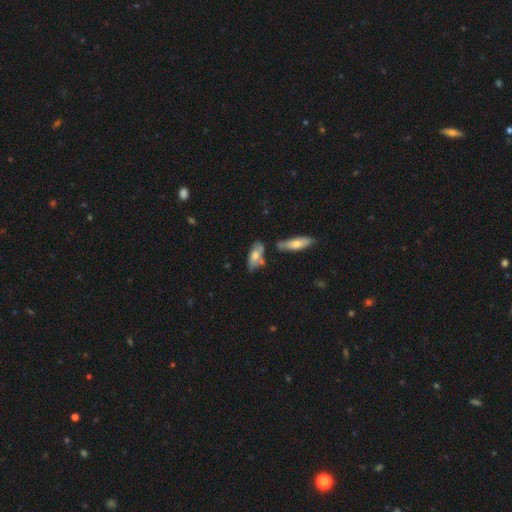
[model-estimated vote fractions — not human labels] Smooth or featured? smooth (55%)
How rounded? in between (79%)
Merging? none (53%)